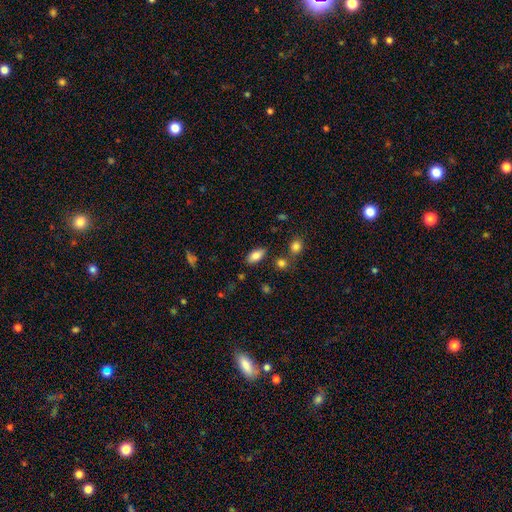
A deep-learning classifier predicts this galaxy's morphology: Smooth or featured?
  - smooth: 82% *
  - featured or disk: 10%
  - star or artifact: 9%
How rounded?
  - in between: 90% *
  - cigar-shaped: 6%
  - round: 4%
Merging?
  - none: 81% *
  - minor disturbance: 11%
  - merger: 5%
  - major disturbance: 3%